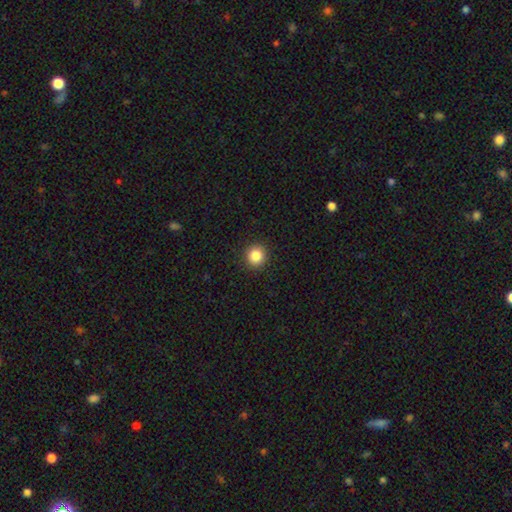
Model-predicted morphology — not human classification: smooth-or-featured: smooth: 85% | star or artifact: 11% | featured or disk: 4%
  how-rounded: round: 93% | in between: 6% | cigar-shaped: 1%
  merging: none: 93% | minor disturbance: 5% | major disturbance: 2% | merger: 1%